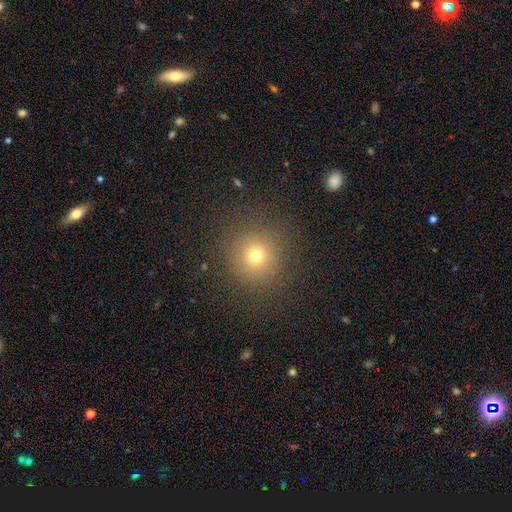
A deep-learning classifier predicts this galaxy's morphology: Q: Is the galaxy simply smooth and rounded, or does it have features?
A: smooth — 70%.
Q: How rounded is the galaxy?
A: round — 94%.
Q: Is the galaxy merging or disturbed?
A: none — 86%.